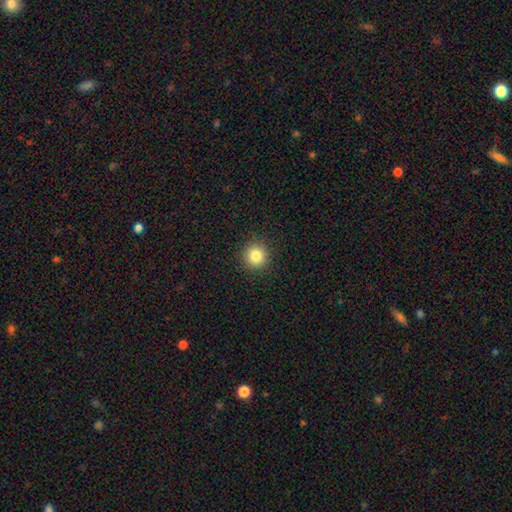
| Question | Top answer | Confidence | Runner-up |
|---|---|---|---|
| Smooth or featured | smooth | 95% | featured or disk (2%) |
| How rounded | round | 92% | in between (8%) |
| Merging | none | 87% | minor disturbance (5%) |